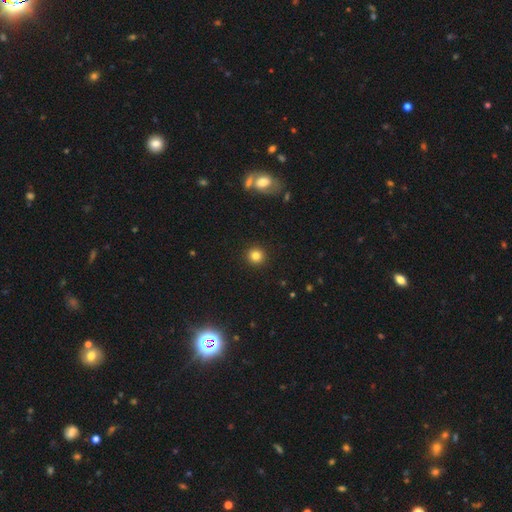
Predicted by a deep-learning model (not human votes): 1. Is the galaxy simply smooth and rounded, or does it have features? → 82% smooth, 12% star or artifact, 6% featured or disk.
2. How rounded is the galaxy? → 94% round, 5% in between, 1% cigar-shaped.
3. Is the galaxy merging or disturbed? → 93% none, 4% minor disturbance, 2% major disturbance, 1% merger.